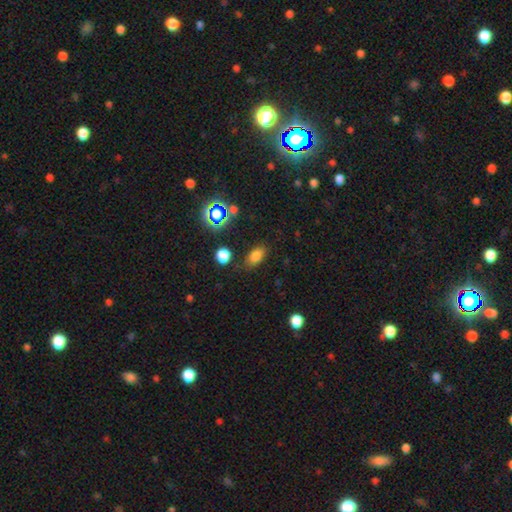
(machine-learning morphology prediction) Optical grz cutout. It shows a smooth galaxy with no disk features (76%) that is in between round and cigar-shaped (84%). Merging: none (76%).